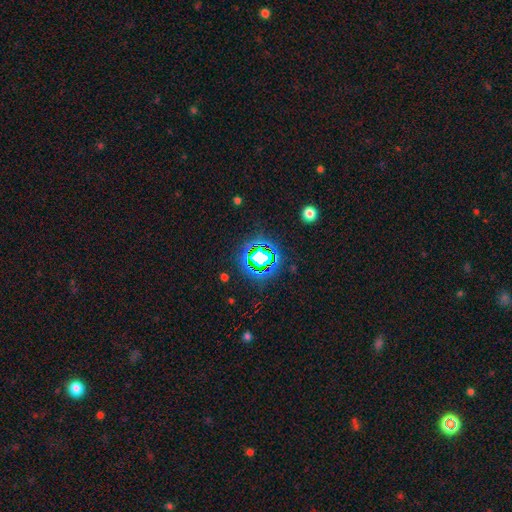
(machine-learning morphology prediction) Smooth or featured?
  - star or artifact: 73% *
  - smooth: 17%
  - featured or disk: 10%